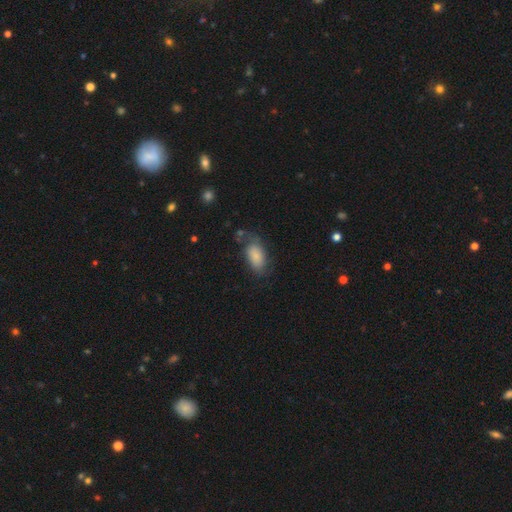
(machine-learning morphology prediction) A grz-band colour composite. It shows a smooth galaxy with no disk features (78%) that is in between round and cigar-shaped (93%). Merging: none (50%).